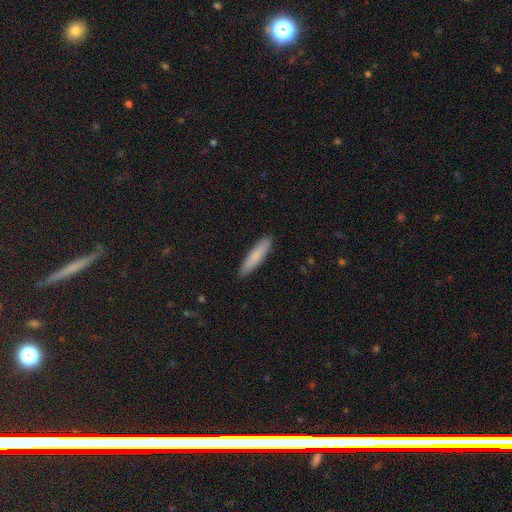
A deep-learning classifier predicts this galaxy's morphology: Smooth or featured? smooth (82%)
How rounded? cigar-shaped (85%)
Merging? none (90%)